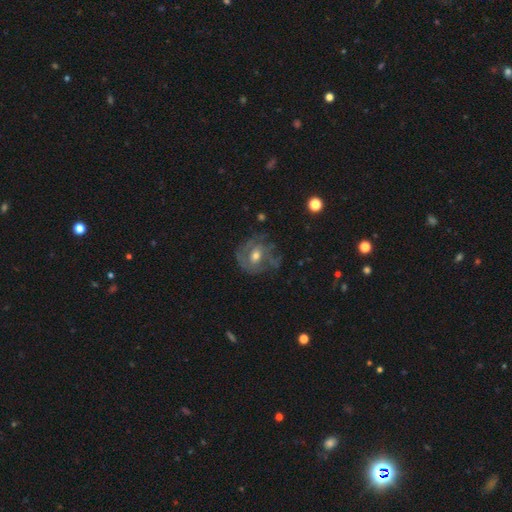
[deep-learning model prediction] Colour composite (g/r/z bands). It shows a featured or disk galaxy (64%) with no bar (67%), spiral arms (64%) and a moderate central bulge (67%). Merging: none (56%).